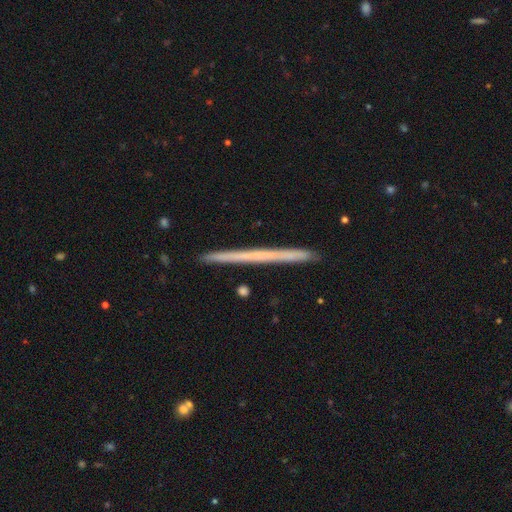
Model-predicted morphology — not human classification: This is possibly a featured or disk galaxy (54%). It is clearly viewed edge-on (98%). Edge-on bulge: clearly none (93%). Merging: clearly none (92%).